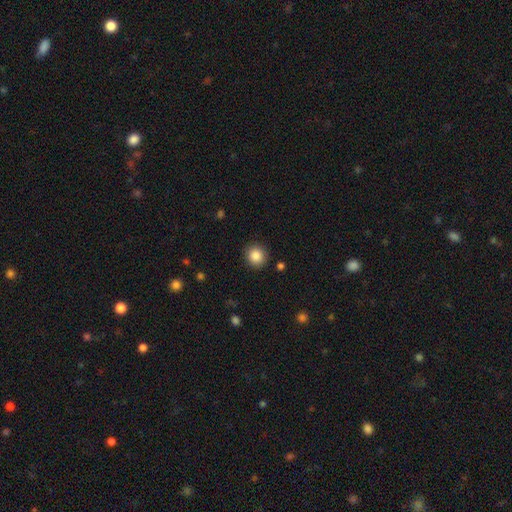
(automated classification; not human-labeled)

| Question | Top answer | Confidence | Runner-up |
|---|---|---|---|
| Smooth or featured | smooth | 87% | star or artifact (9%) |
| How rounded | round | 91% | in between (8%) |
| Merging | none | 90% | minor disturbance (6%) |